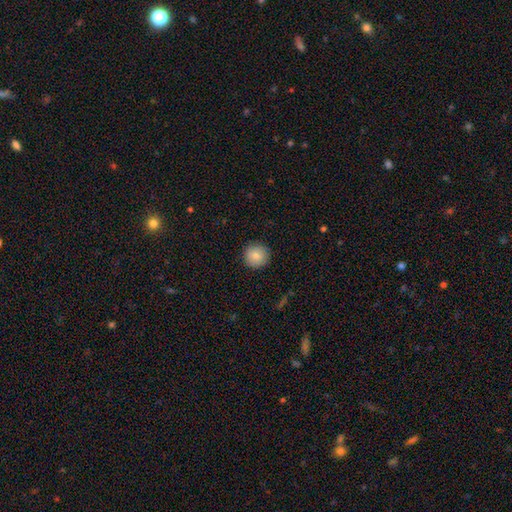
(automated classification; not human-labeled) Smooth or featured? Predicted: smooth (p=0.83). How rounded? Predicted: round (p=0.95). Merging? Predicted: none (p=0.91).